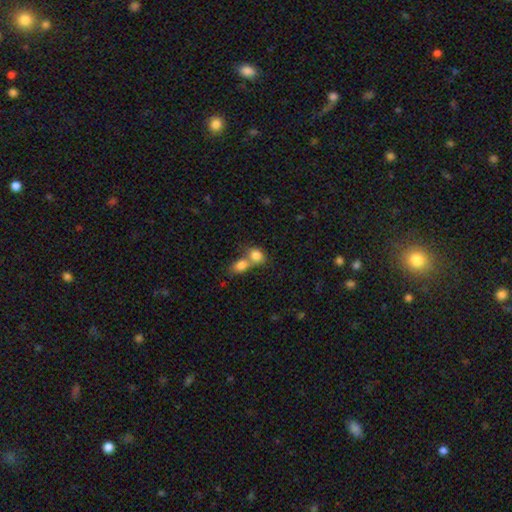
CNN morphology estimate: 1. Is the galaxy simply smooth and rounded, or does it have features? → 81% smooth, 10% featured or disk, 9% star or artifact.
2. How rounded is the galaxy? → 62% in between, 36% round, 2% cigar-shaped.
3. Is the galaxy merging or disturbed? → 65% merger, 25% none, 6% minor disturbance, 3% major disturbance.